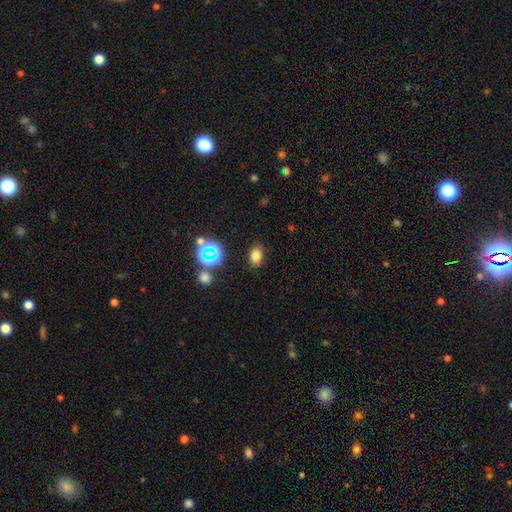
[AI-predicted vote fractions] The model was most divided on "how rounded": in between: 71%, round: 28%, cigar-shaped: 1%. More confident: merging — none (82%); smooth or featured — smooth (75%).